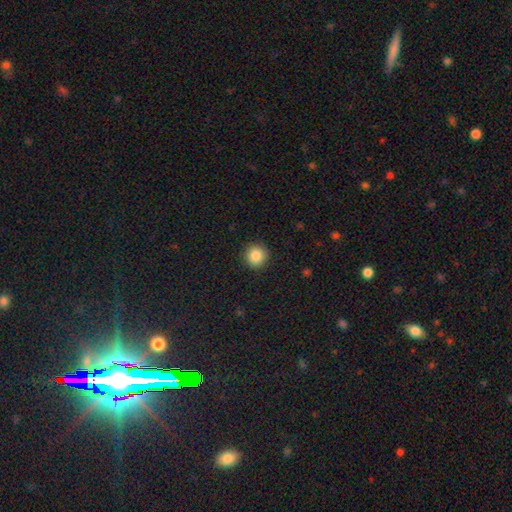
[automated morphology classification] This appears to be a smooth galaxy with no disk features (86%) that is round (94%). Merging: none (92%).